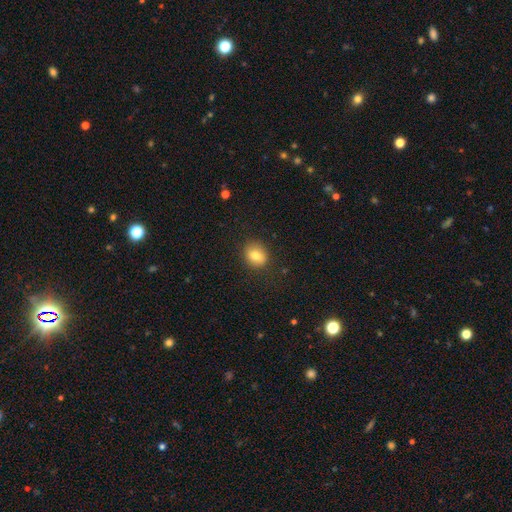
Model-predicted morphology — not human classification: Smooth or featured: smooth — 79% (featured or disk — 11%)
How rounded: round — 60% (in between — 39%)
Merging: none — 86% (minor disturbance — 10%)